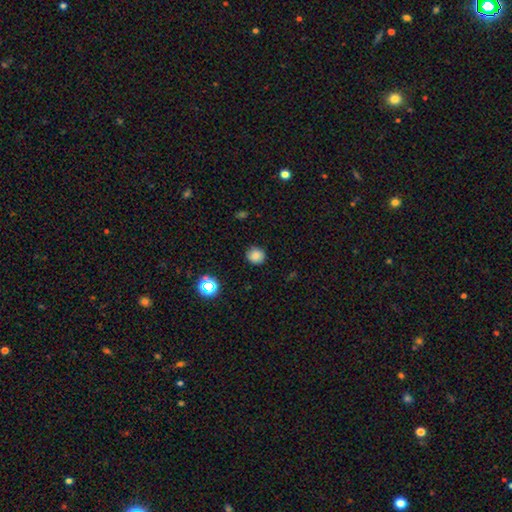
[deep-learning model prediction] This is clearly a smooth galaxy (81%). How rounded: clearly round (86%). Merging: clearly none (87%).